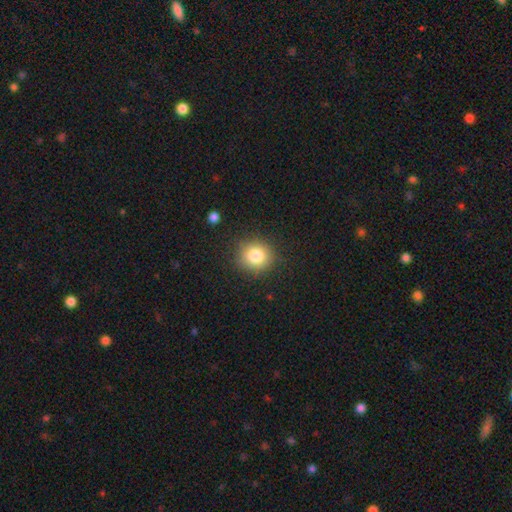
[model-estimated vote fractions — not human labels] A smooth galaxy with no disk features (81%) that is round (86%). Merging: none (87%).